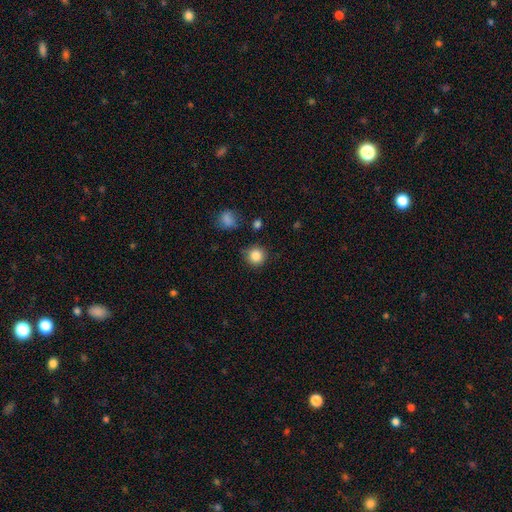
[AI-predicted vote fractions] Morphology: type=smooth (85%); roundness=round (94%); merging=none (86%).